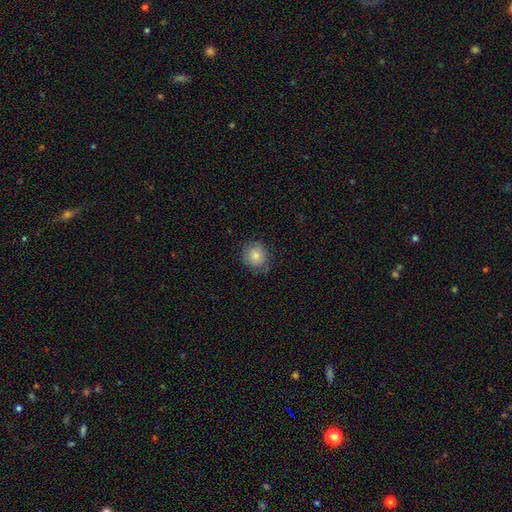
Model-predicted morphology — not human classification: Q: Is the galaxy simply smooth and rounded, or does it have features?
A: smooth — 82%.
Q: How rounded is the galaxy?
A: round — 81%.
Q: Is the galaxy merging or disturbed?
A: none — 76%.